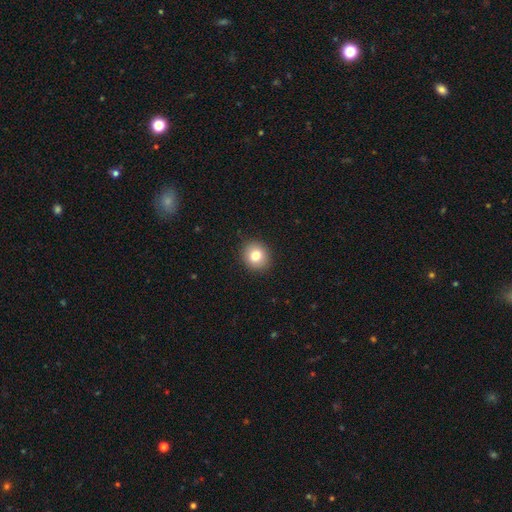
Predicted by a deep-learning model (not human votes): Q: Smooth or featured?
A: smooth (81%); runner-up: star or artifact (10%)
Q: How rounded?
A: round (81%); runner-up: in between (18%)
Q: Merging?
A: none (91%); runner-up: minor disturbance (6%)